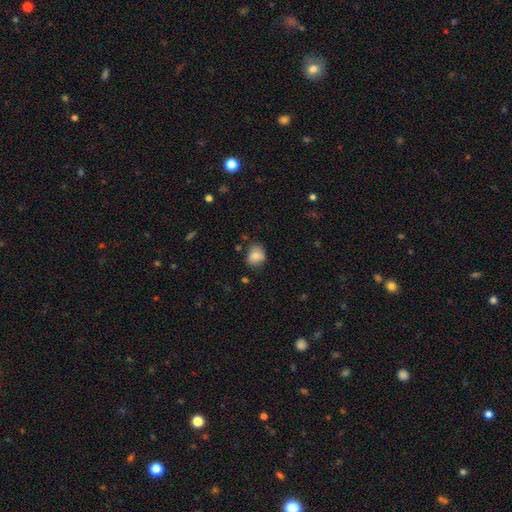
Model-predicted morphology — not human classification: smooth 81%, featured or disk 10%, star or artifact 9%. Down the decision tree: how rounded — round (60%); merging — none (71%).